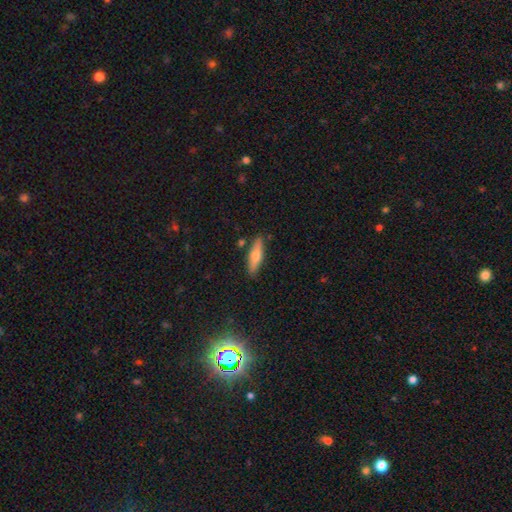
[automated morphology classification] Smooth or featured? smooth (63%)
How rounded? cigar-shaped (68%)
Merging? none (85%)